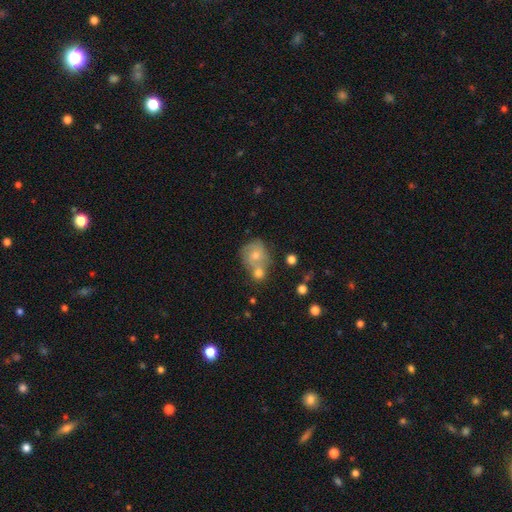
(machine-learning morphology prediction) smooth 49%, featured or disk 33%, star or artifact 18%. Down the decision tree: merging — none (49%).